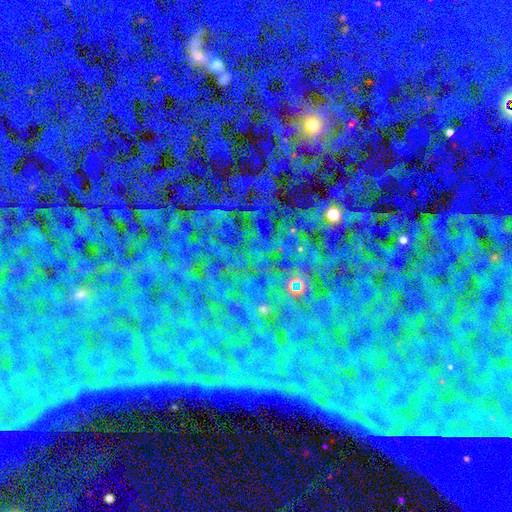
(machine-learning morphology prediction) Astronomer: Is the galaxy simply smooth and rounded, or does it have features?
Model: star or artifact — 77%.